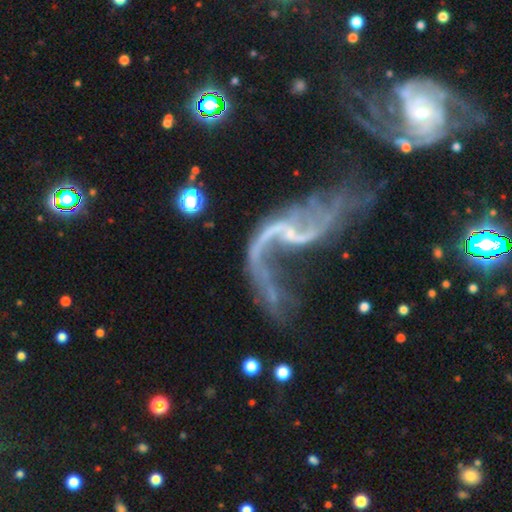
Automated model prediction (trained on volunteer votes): smooth-or-featured: featured or disk: 88% | star or artifact: 8% | smooth: 5%
  disk-edge-on: no: 96% | yes: 4%
    bar: no: 46% | weak: 39% | strong: 15%
    has-spiral-arms: yes: 90% | no: 10%
      spiral-winding: loose: 93% | medium: 5% | tight: 2%
      spiral-arm-count: 2: 84% | 1: 7% | can't tell: 3% | 3: 2% | 4: 2% | more than 4: 2%
    bulge-size: small: 63% | none: 26% | moderate: 8% | large: 1% | dominant: 1%
  merging: major disturbance: 35% | none: 33% | minor disturbance: 16% | merger: 16%